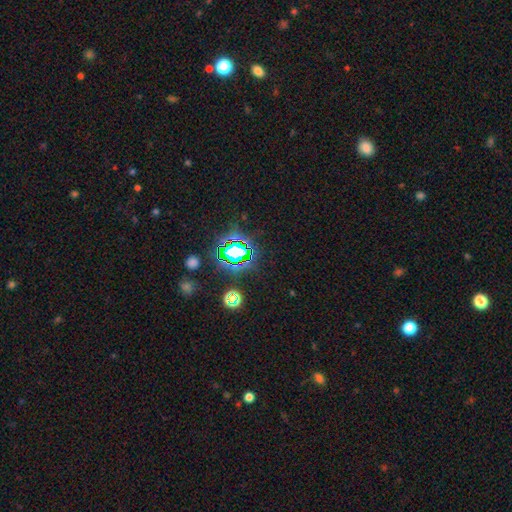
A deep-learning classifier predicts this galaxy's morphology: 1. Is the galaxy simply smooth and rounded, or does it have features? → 72% star or artifact, 18% smooth, 9% featured or disk.